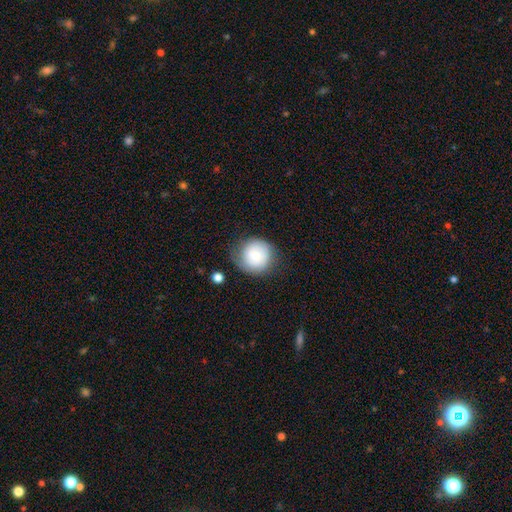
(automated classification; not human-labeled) Smooth or featured? Predicted: smooth (p=0.67). How rounded? Predicted: round (p=0.92). Merging? Predicted: none (p=0.69).